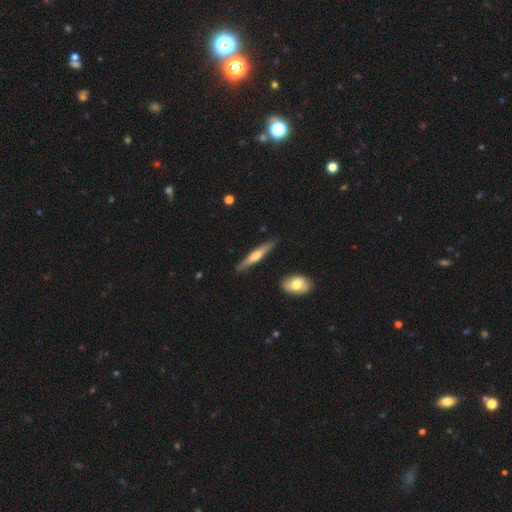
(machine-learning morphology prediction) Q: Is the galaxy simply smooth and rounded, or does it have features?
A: featured or disk — 55%.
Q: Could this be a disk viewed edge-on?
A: yes — 95%.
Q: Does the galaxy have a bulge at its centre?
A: rounded — 78%.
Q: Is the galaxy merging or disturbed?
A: none — 88%.